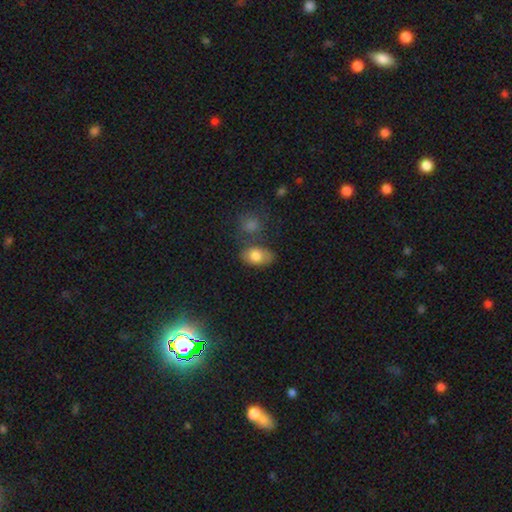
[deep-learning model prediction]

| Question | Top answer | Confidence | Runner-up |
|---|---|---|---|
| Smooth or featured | smooth | 80% | featured or disk (13%) |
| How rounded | in between | 86% | round (12%) |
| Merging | none | 58% | minor disturbance (19%) |